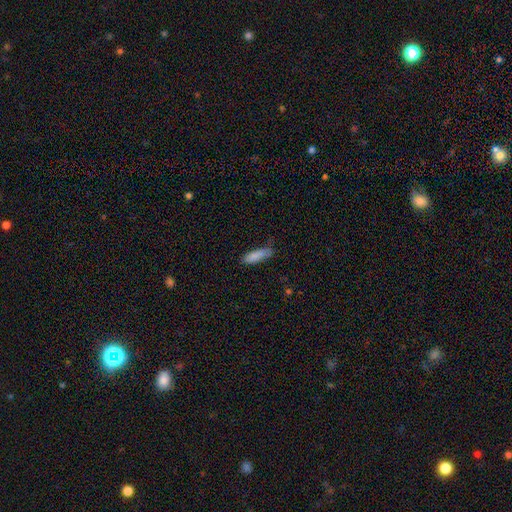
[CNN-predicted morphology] Smooth or featured: smooth — 85% (featured or disk — 9%)
How rounded: cigar-shaped — 59% (in between — 40%)
Merging: none — 63% (minor disturbance — 28%)